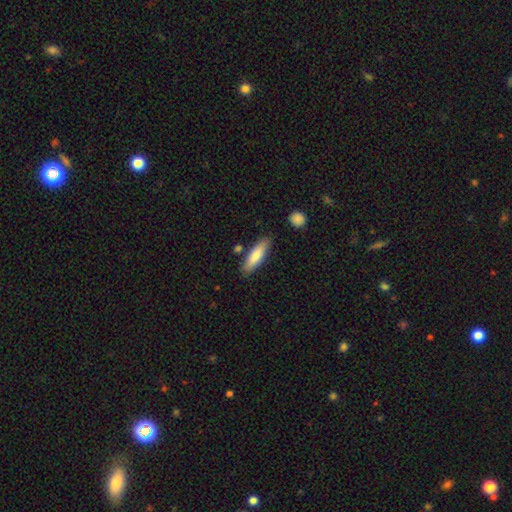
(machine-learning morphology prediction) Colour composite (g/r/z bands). It shows a smooth galaxy with no disk features (80%) that is cigar-shaped (62%). Merging: none (82%).